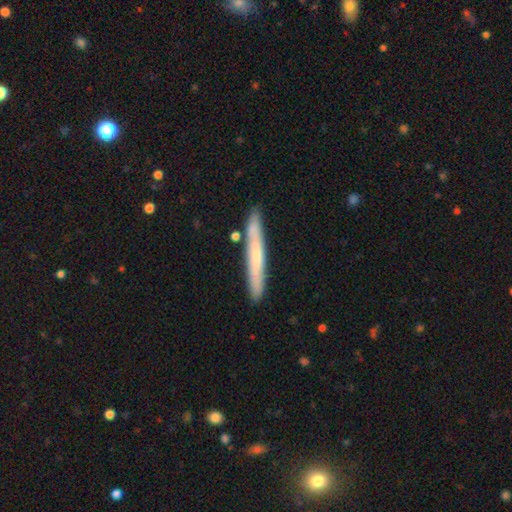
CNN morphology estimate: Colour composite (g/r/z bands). It shows a smooth galaxy with no disk features (52%) that is cigar-shaped (96%). Merging: none (86%).